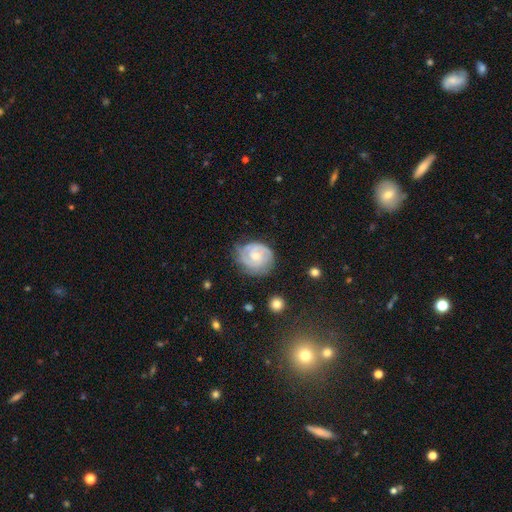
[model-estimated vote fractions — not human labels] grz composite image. It shows a featured or disk galaxy (78%) with no bar (63%), 2 (47%) tight (65%) spiral arms (93%) and a small central bulge (48%). Merging: none (66%).